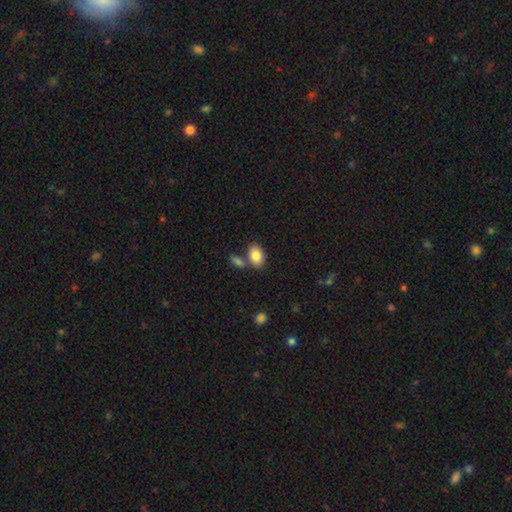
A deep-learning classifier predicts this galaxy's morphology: smooth 85%, featured or disk 8%, star or artifact 7%. Down the decision tree: how rounded — in between (87%); merging — none (65%).